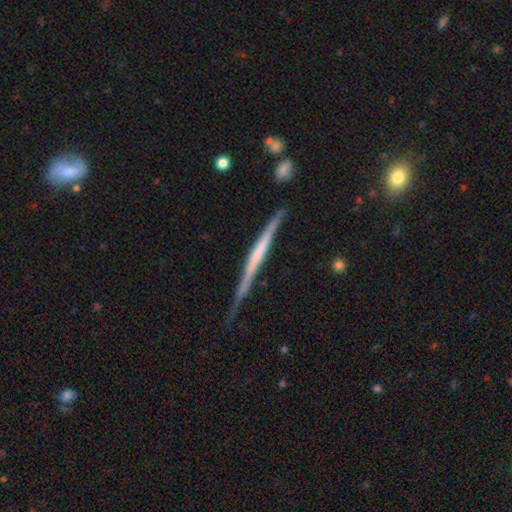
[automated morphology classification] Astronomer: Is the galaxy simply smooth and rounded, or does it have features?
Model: featured or disk — 64%.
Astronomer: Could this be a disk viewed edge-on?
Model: yes — 96%.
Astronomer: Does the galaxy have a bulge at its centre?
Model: none — 59%.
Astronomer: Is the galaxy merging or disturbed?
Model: none — 73%.